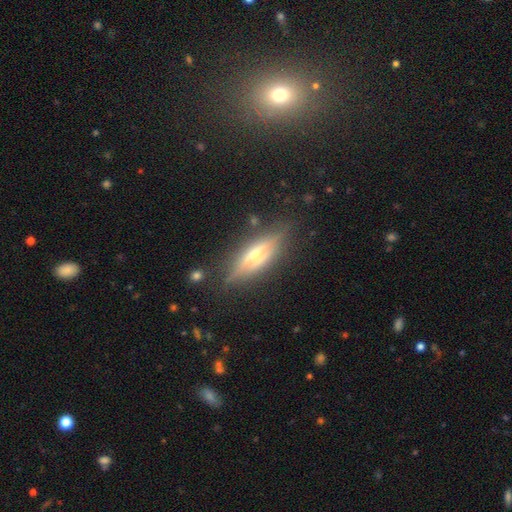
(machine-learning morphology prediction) A featured or disk galaxy (72%) viewed edge-on (93%) with a rounded central bulge (78%). Merging: none (81%).